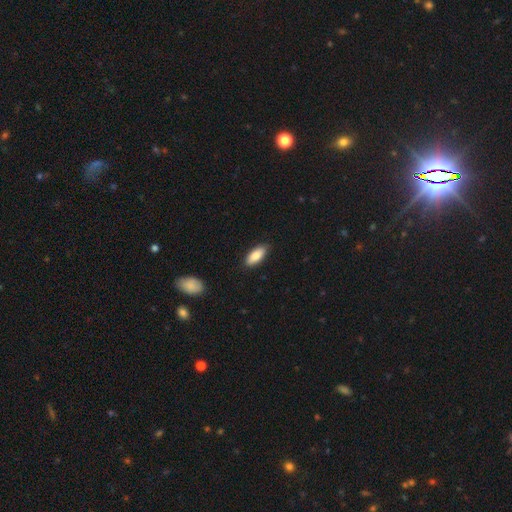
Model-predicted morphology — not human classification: The model was most divided on "how rounded": in between: 84%, cigar-shaped: 14%, round: 2%. More confident: merging — none (86%); smooth or featured — smooth (86%).